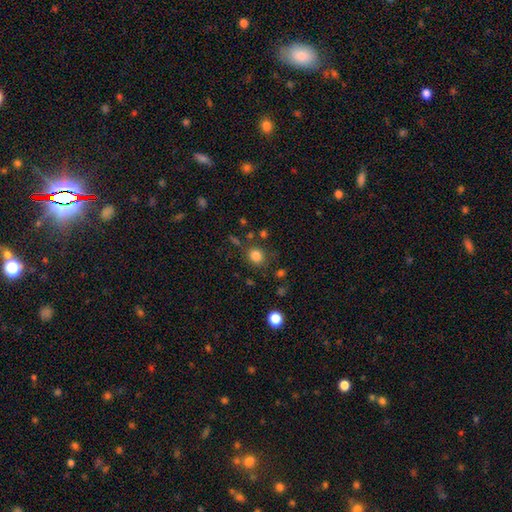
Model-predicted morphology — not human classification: A smooth galaxy with no disk features (82%) that is round (78%). Merging: none (80%).